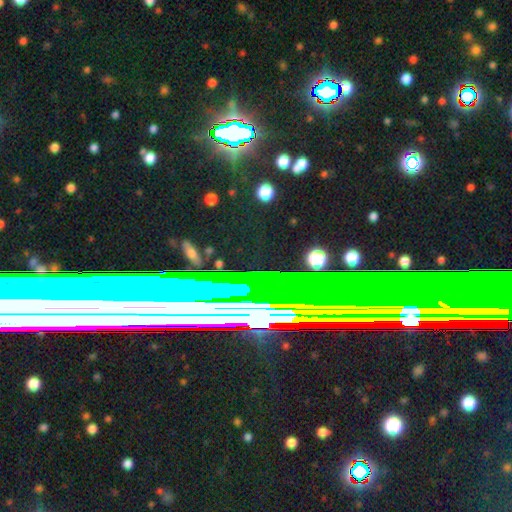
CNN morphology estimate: Smooth or featured? star or artifact (65%)